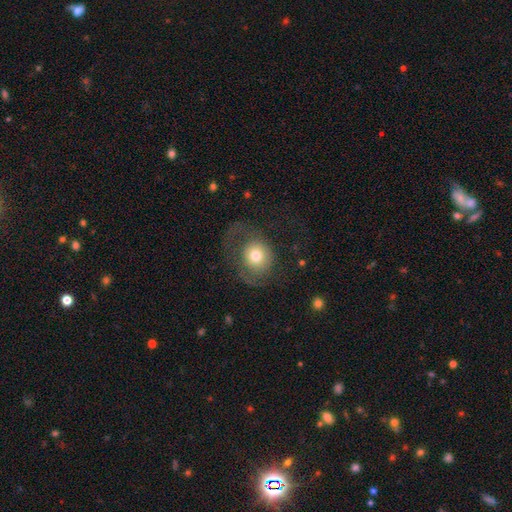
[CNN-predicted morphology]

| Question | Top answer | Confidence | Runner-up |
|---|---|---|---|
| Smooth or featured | smooth | 63% | featured or disk (28%) |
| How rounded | round | 76% | in between (23%) |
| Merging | major disturbance | 42% | none (39%) |